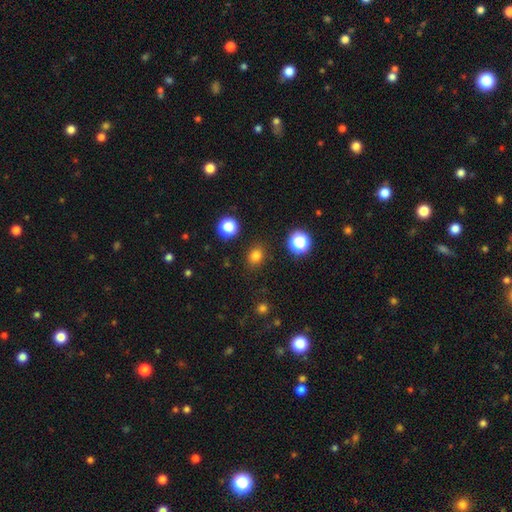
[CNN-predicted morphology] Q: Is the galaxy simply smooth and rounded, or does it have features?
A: smooth — 78%.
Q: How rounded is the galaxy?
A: round — 60%.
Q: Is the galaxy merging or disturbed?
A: none — 86%.